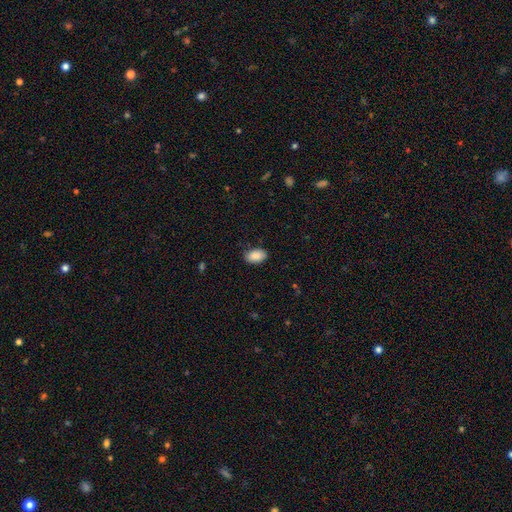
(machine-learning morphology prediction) Q: Smooth or featured?
A: smooth (89%); runner-up: star or artifact (7%)
Q: How rounded?
A: in between (92%); runner-up: round (6%)
Q: Merging?
A: none (86%); runner-up: minor disturbance (10%)